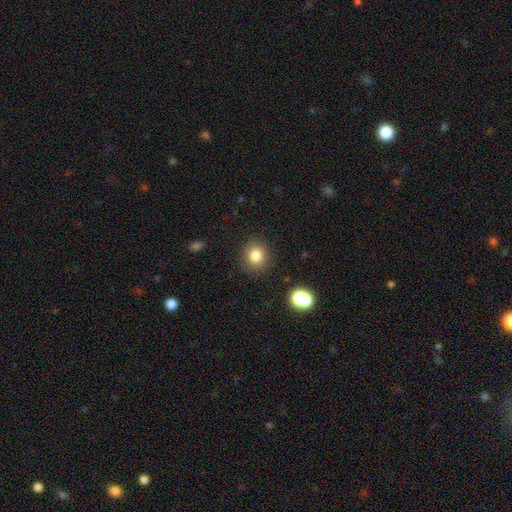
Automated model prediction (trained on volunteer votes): A smooth galaxy with no disk features (81%) that is round (82%). Merging: none (86%).